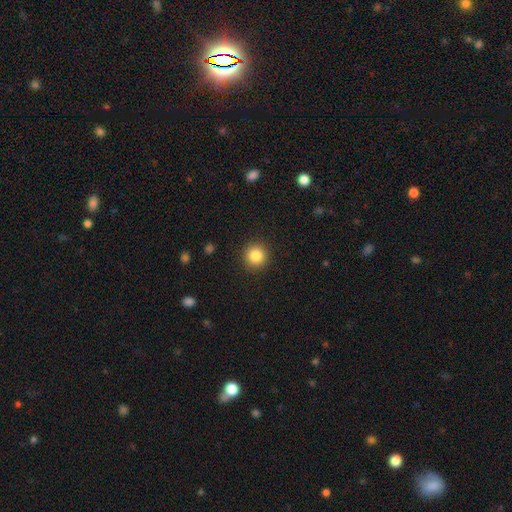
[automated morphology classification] The model was most divided on "smooth or featured": smooth: 85%, star or artifact: 10%, featured or disk: 5%. More confident: how rounded — round (94%); merging — none (92%).